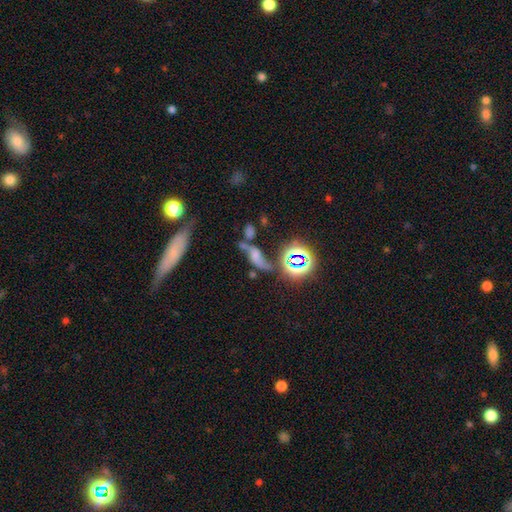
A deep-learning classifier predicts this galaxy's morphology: A star or artifact, not a galaxy (34%, tied with smooth).